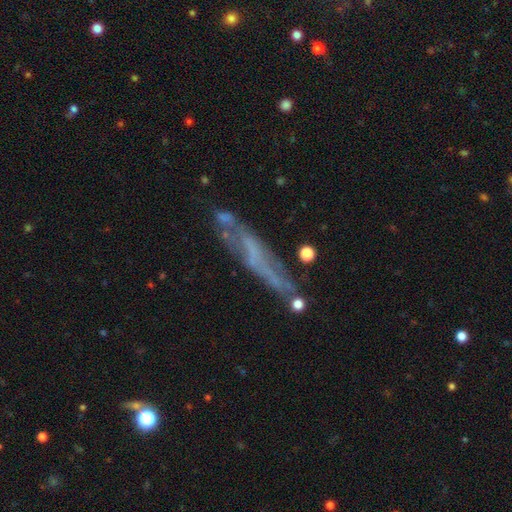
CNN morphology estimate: Smooth or featured? featured or disk (59%)
Edge-on disk? yes (59%)
Merging? none (59%)